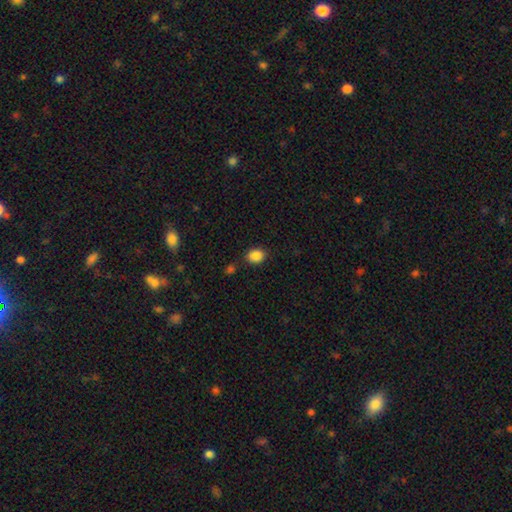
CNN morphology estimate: This is clearly a smooth galaxy (87%). How rounded: possibly round (52%). Merging: clearly none (82%).